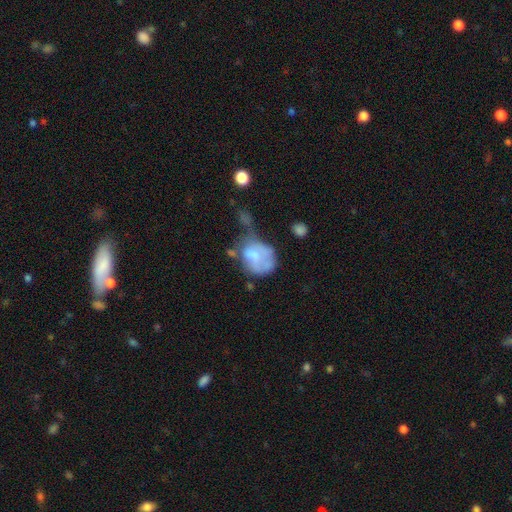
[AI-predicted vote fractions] Morphology: type=smooth (57%); roundness=round (50%); merging=major disturbance (32%).